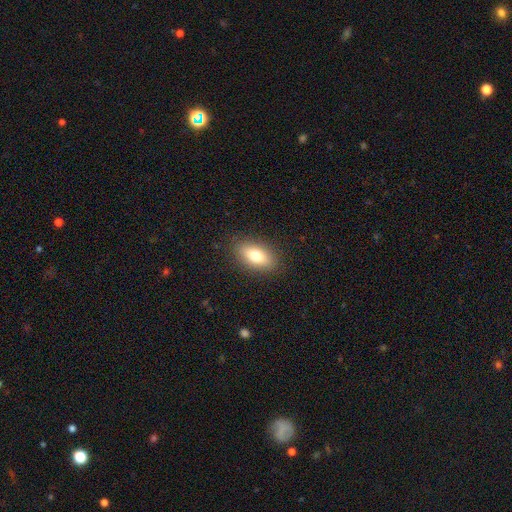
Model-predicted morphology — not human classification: Overall: smooth (78%). How rounded: in between (86%). Merging: none (87%).